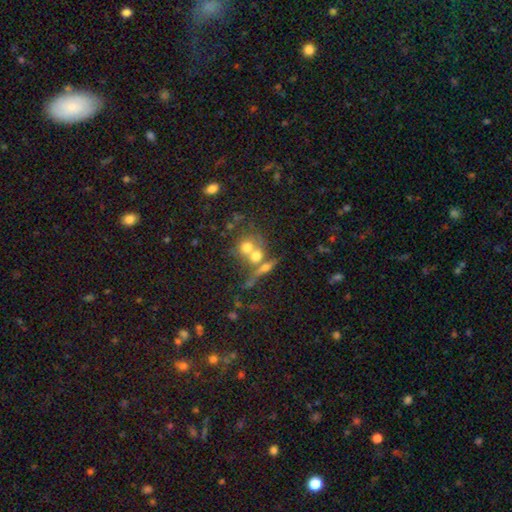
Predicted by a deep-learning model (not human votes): The model was most divided on "merging": merger: 52%, none: 33%, minor disturbance: 8%, major disturbance: 7%. More confident: how rounded — round (66%); smooth or featured — smooth (58%).